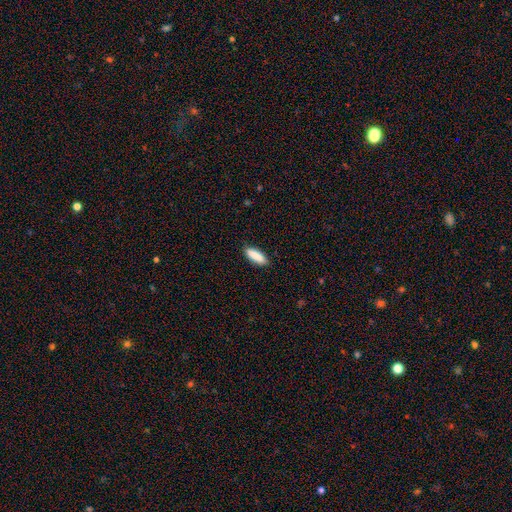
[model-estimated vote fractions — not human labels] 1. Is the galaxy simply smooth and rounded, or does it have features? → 89% smooth, 6% star or artifact, 5% featured or disk.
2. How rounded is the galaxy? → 56% in between, 42% cigar-shaped, 2% round.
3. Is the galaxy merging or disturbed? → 88% none, 9% minor disturbance, 2% major disturbance, 1% merger.